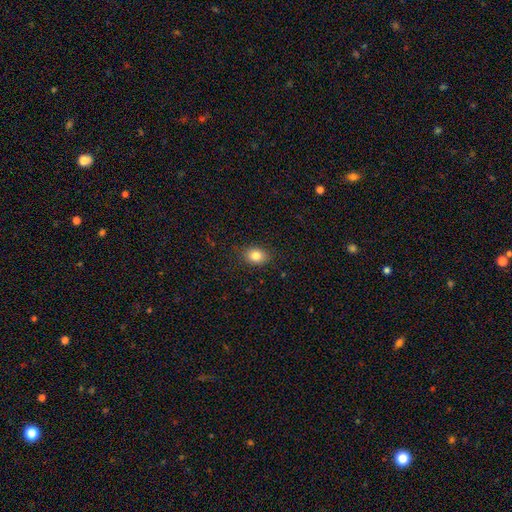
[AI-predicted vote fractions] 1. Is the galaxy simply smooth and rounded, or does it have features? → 84% smooth, 10% star or artifact, 7% featured or disk.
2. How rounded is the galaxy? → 67% in between, 32% round, 1% cigar-shaped.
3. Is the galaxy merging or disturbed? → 85% none, 11% minor disturbance, 3% major disturbance, 1% merger.